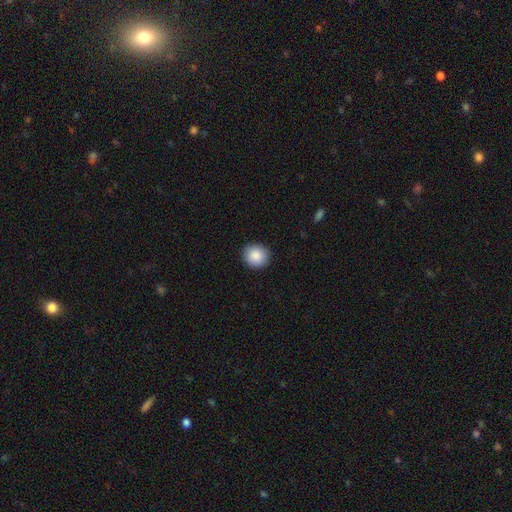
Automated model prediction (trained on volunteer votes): A smooth galaxy with no disk features (88%) that is round (84%).

Vote fractions:
- Smooth or featured? smooth: 88% / star or artifact: 7% / featured or disk: 4%
- How rounded? round: 84% / in between: 15% / cigar-shaped: 1%
- Merging? none: 90% / minor disturbance: 7% / major disturbance: 2% / merger: 1%